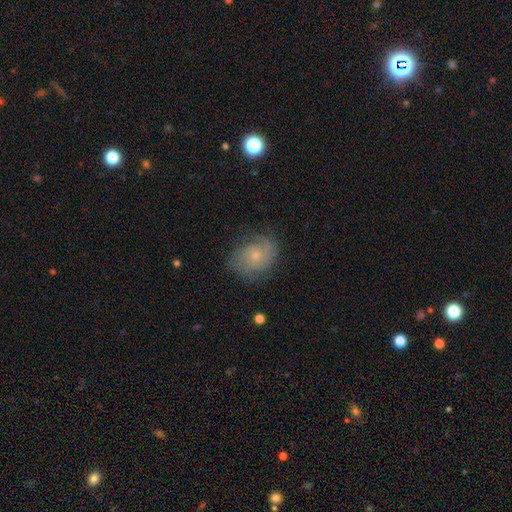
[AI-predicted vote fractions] A featured or disk galaxy (61%) with no bar (78%), 2 (38%) tight (49%) spiral arms (86%) and a small central bulge (66%). Merging: none (70%).